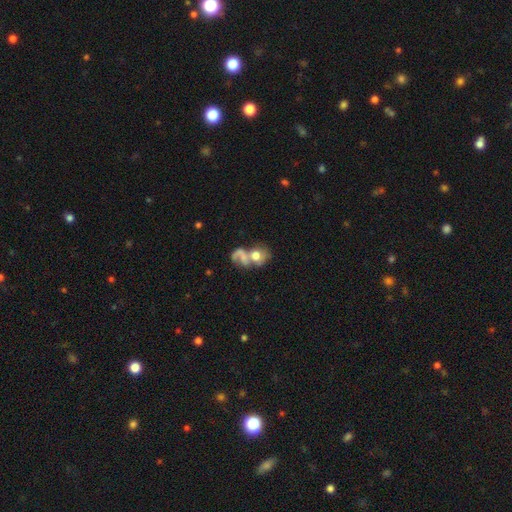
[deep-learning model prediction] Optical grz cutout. It shows a smooth galaxy with no disk features (52%) that is in between round and cigar-shaped (52%). Merging: merger (58%).